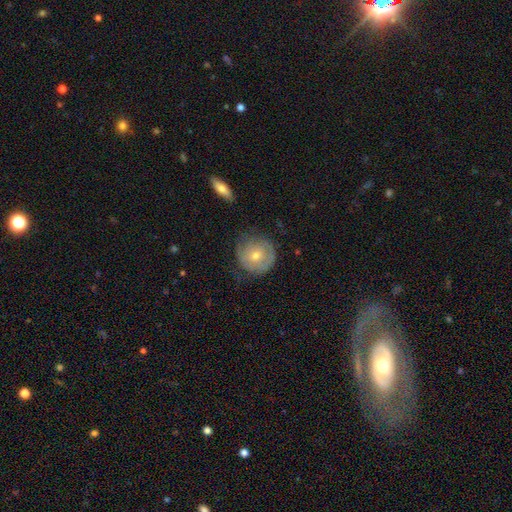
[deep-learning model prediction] A featured or disk galaxy (54%) with no bar (78%), spiral arms (73%) and a small central bulge (49%). Merging: none (67%).